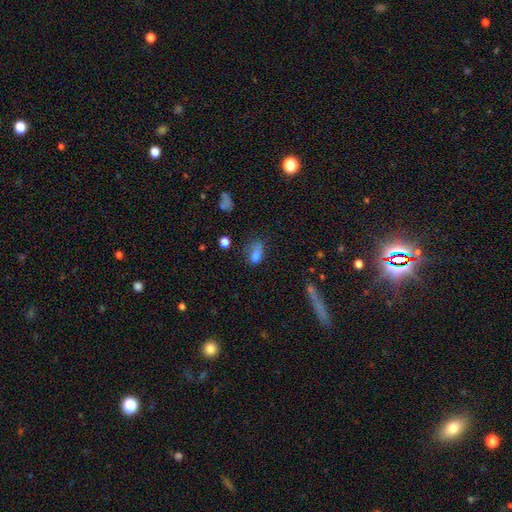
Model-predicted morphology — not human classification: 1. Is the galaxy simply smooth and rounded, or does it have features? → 72% smooth, 14% star or artifact, 14% featured or disk.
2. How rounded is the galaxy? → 79% in between, 14% round, 7% cigar-shaped.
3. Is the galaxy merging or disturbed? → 33% none, 30% major disturbance, 29% minor disturbance, 8% merger.